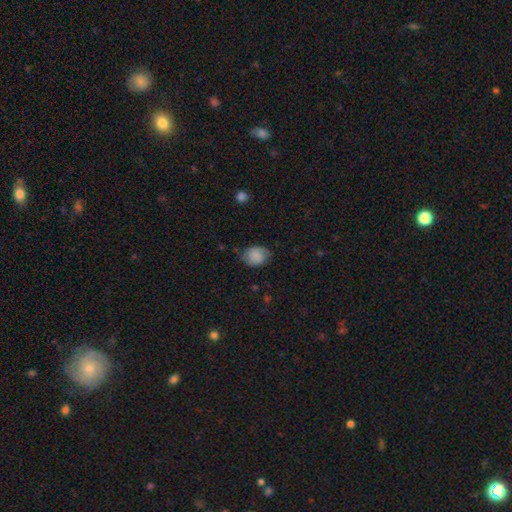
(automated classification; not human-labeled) Smooth or featured?
  - smooth: 80% *
  - featured or disk: 12%
  - star or artifact: 8%
How rounded?
  - in between: 52% *
  - round: 47%
  - cigar-shaped: 1%
Merging?
  - none: 66% *
  - minor disturbance: 26%
  - major disturbance: 7%
  - merger: 1%